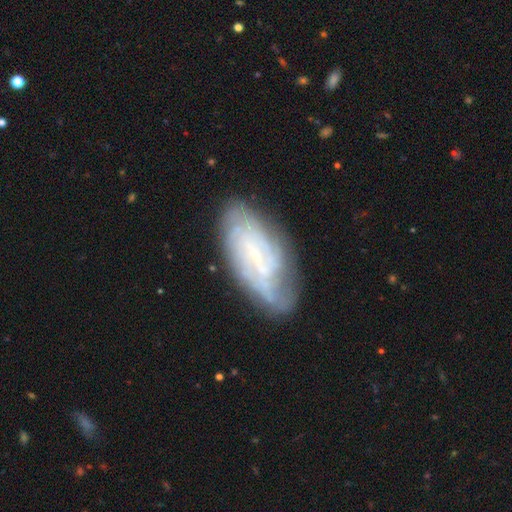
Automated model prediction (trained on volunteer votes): This is likely a featured or disk galaxy (70%). It is clearly not viewed edge-on (92%). Bar: possibly weak (46%). Spiral arm pattern: clearly yes (82%). Spiral arm count: possibly can't tell (54%). Spiral winding: possibly tight (55%). Central bulge: possibly small (59%). Merging: likely none (64%).